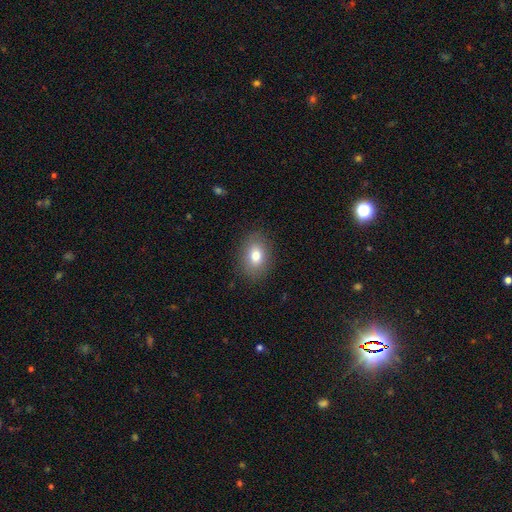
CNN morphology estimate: The model was most divided on "how rounded": in between: 76%, round: 23%, cigar-shaped: 1%. More confident: merging — none (86%); smooth or featured — smooth (80%).